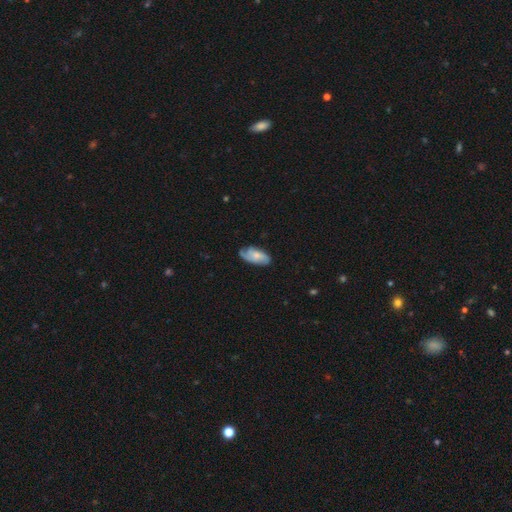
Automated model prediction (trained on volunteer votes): featured or disk 58%, smooth 35%, star or artifact 6%. Down the decision tree: edge-on disk — no (93%); bar — no (71%); spiral arms — yes (90%); bulge size — small (47%); merging — none (65%).